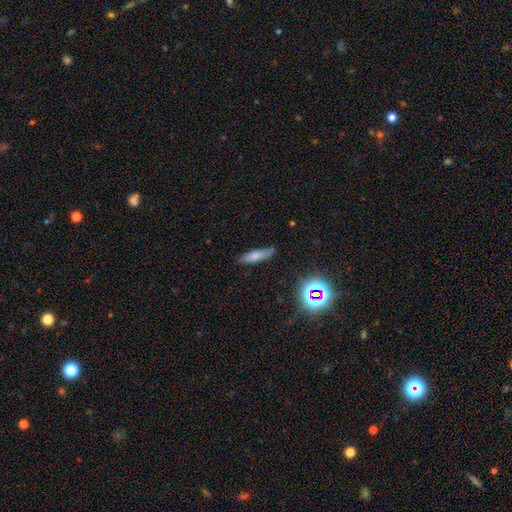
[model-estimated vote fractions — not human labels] Smooth or featured? smooth (67%)
How rounded? cigar-shaped (65%)
Merging? none (76%)